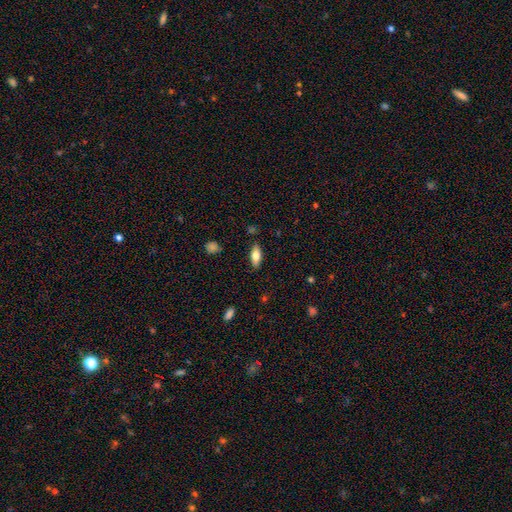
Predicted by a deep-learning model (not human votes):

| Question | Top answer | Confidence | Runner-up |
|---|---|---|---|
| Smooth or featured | smooth | 70% | featured or disk (23%) |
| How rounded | in between | 78% | cigar-shaped (19%) |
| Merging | none | 86% | minor disturbance (10%) |